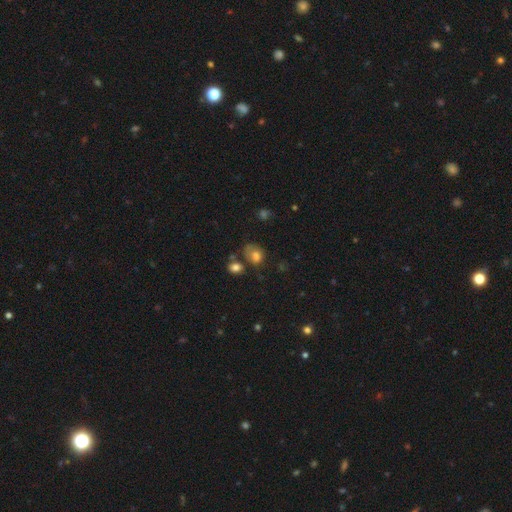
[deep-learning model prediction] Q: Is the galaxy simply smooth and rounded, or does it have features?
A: smooth — 74%.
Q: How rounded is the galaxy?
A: in between — 55%.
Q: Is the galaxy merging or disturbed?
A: none — 39%.